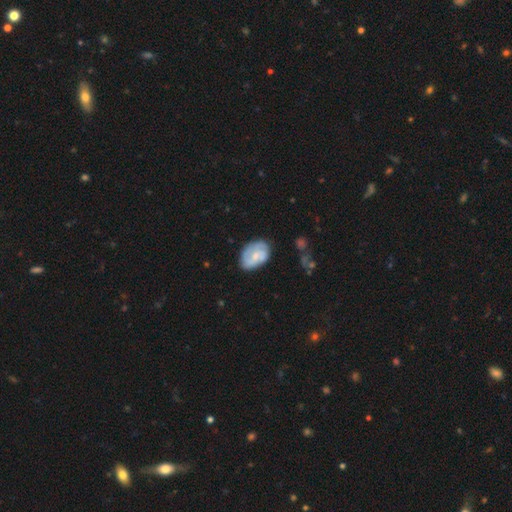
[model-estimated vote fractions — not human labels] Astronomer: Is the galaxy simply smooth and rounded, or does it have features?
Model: featured or disk — 55% (runner-up: smooth, 39%).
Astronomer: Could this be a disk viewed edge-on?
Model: no — 97%.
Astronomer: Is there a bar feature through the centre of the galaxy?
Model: no — 60%.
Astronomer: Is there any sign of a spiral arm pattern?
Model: yes — 77%.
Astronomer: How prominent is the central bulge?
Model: small — 47% (runner-up: moderate, 37%).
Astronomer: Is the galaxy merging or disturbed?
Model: none — 64%.